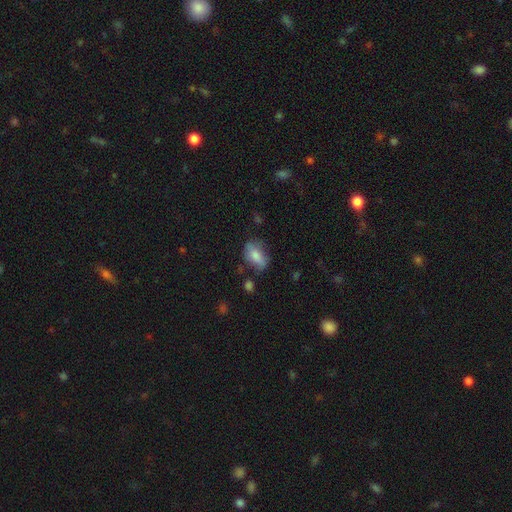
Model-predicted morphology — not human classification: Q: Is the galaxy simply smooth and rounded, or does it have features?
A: smooth — 67%.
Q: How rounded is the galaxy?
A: in between — 82%.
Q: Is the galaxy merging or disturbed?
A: none — 54%.